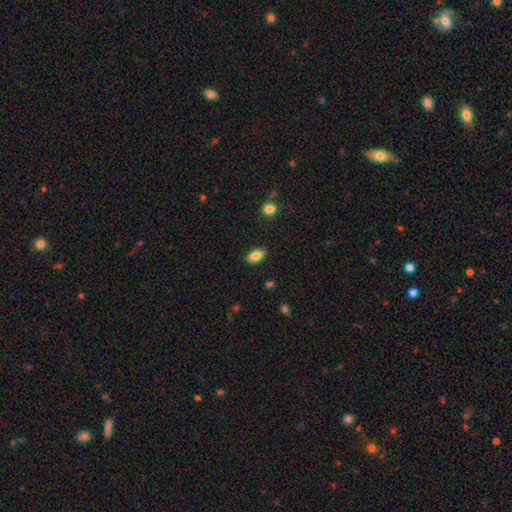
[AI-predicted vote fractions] smooth_or_featured: smooth (p=0.83) [alt: featured or disk p=0.09]
how_rounded: in between (p=0.91) [alt: cigar-shaped p=0.05]
merging: none (p=0.88) [alt: minor disturbance p=0.09]